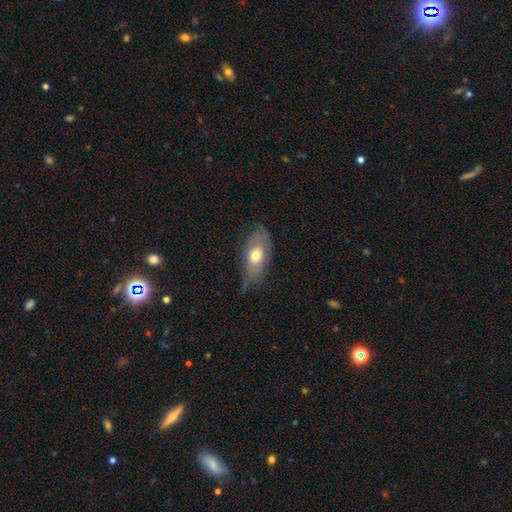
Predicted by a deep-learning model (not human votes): Smooth or featured: smooth — 61% (featured or disk — 32%)
How rounded: in between — 85% (cigar-shaped — 9%)
Merging: none — 63% (minor disturbance — 28%)